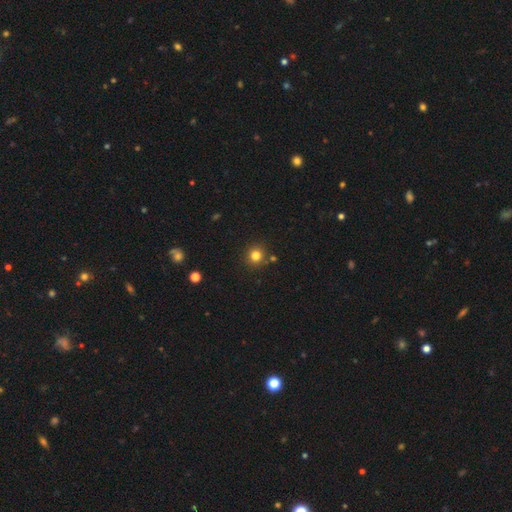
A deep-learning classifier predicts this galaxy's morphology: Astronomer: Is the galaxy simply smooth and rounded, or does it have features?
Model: smooth — 80%.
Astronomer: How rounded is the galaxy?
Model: round — 93%.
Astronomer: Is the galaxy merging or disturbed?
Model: none — 85%.